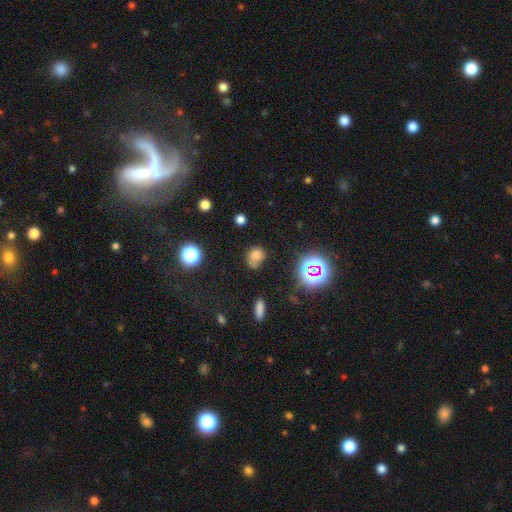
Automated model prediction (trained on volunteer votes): smooth_or_featured: smooth (p=0.65) [alt: star or artifact p=0.24]
how_rounded: round (p=0.58) [alt: in between p=0.41]
merging: none (p=0.48) [alt: minor disturbance p=0.25]